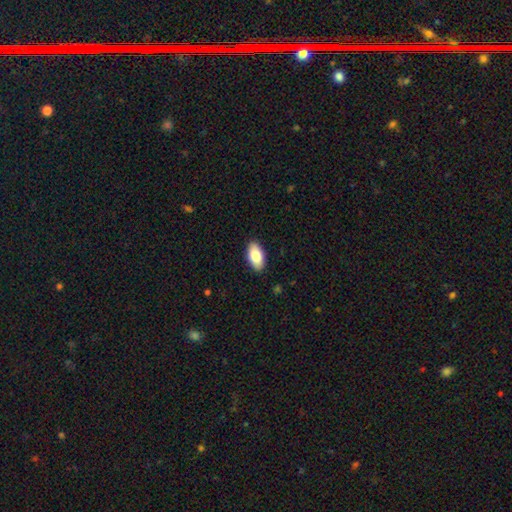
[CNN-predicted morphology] A smooth galaxy with no disk features (83%) that is in between round and cigar-shaped (94%).

Vote fractions:
- Smooth or featured? smooth: 83% / featured or disk: 11% / star or artifact: 6%
- How rounded? in between: 94% / round: 3% / cigar-shaped: 3%
- Merging? none: 90% / minor disturbance: 8% / major disturbance: 2% / merger: 1%